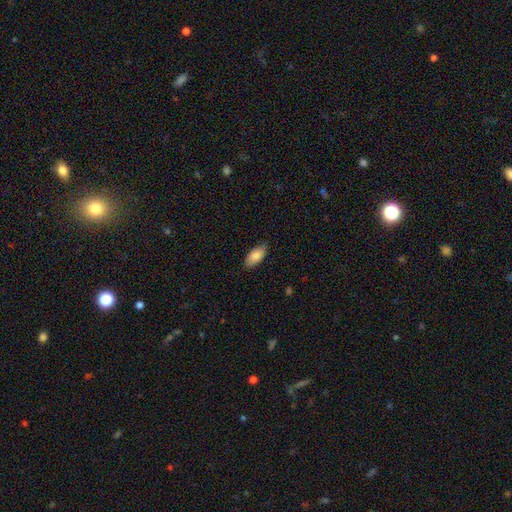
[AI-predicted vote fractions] Smooth or featured?
  - smooth: 85% *
  - featured or disk: 9%
  - star or artifact: 6%
How rounded?
  - in between: 90% *
  - cigar-shaped: 8%
  - round: 2%
Merging?
  - none: 84% *
  - minor disturbance: 12%
  - major disturbance: 2%
  - merger: 1%